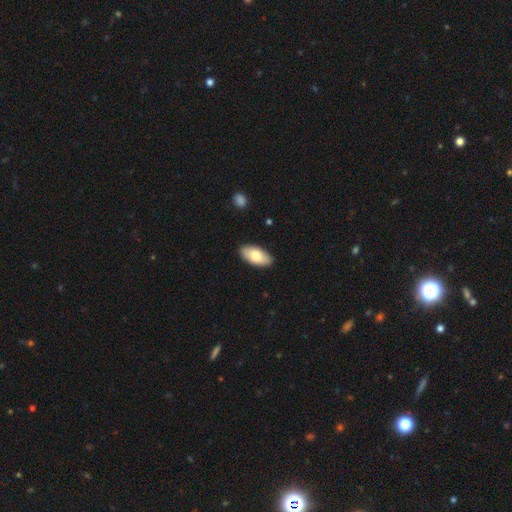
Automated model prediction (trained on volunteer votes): Smooth or featured: smooth — 77% (featured or disk — 17%)
How rounded: in between — 94% (cigar-shaped — 4%)
Merging: none — 87% (minor disturbance — 10%)